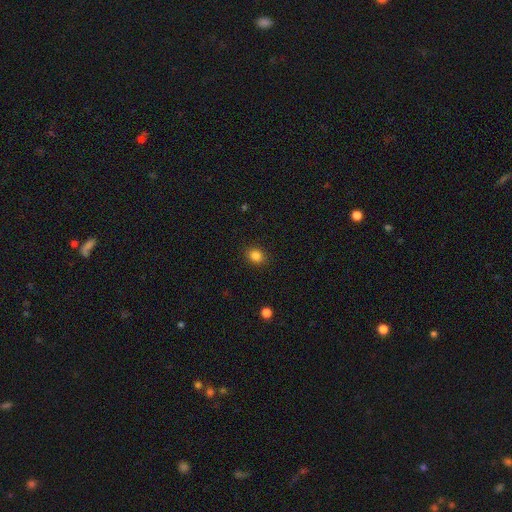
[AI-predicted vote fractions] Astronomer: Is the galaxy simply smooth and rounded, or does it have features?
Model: smooth — 85%.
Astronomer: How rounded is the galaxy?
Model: round — 63%.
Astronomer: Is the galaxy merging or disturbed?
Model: none — 89%.